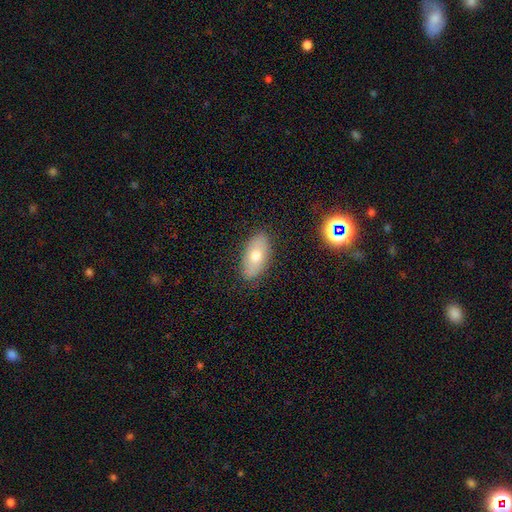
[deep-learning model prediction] This is likely a smooth galaxy (67%). How rounded: clearly in between (91%). Merging: clearly none (85%).